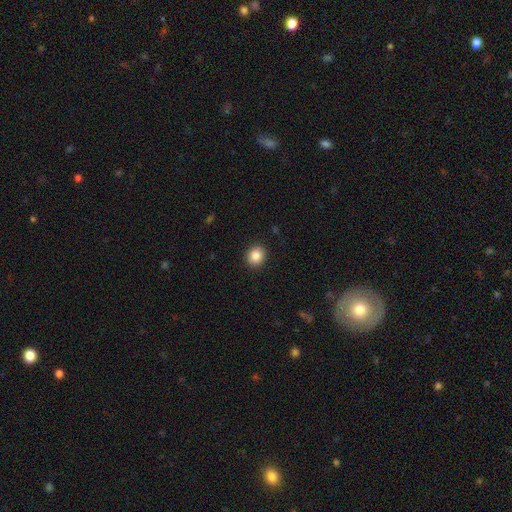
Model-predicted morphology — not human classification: smooth_or_featured: smooth (p=0.87) [alt: star or artifact p=0.09]
how_rounded: round (p=0.77) [alt: in between p=0.22]
merging: none (p=0.91) [alt: minor disturbance p=0.06]